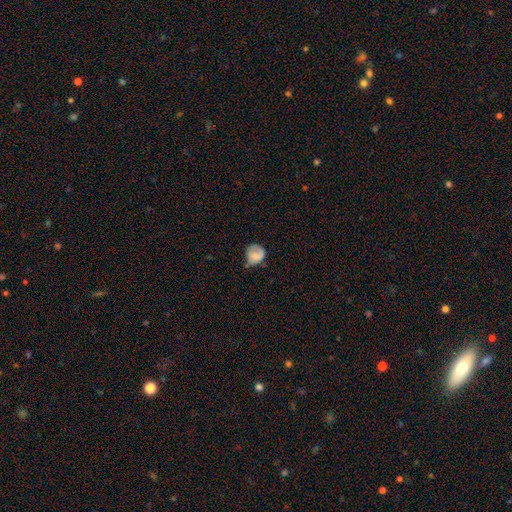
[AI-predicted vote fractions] Smooth or featured? Predicted: smooth (p=0.70). How rounded? Predicted: round (p=0.74). Merging? Predicted: none (p=0.47).